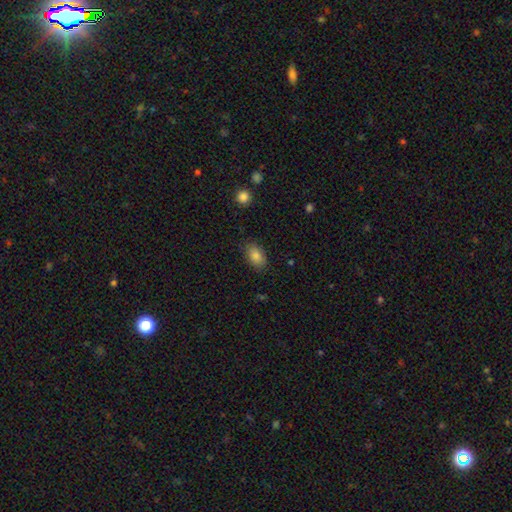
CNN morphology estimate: Smooth or featured: smooth — 85% (star or artifact — 9%)
How rounded: in between — 88% (round — 10%)
Merging: none — 83% (minor disturbance — 13%)